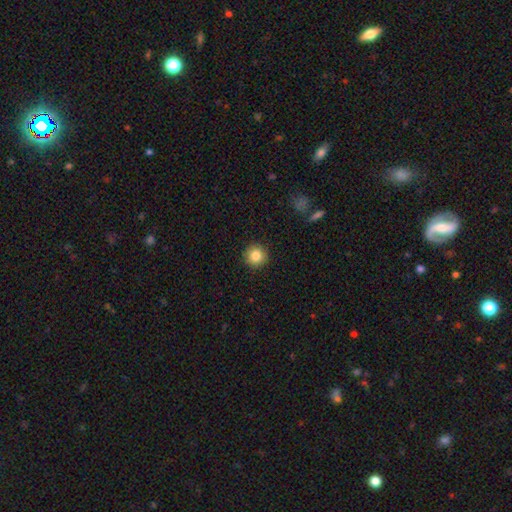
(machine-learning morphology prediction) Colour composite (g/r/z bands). It shows a smooth galaxy with no disk features (84%) that is round (94%). Merging: none (92%).